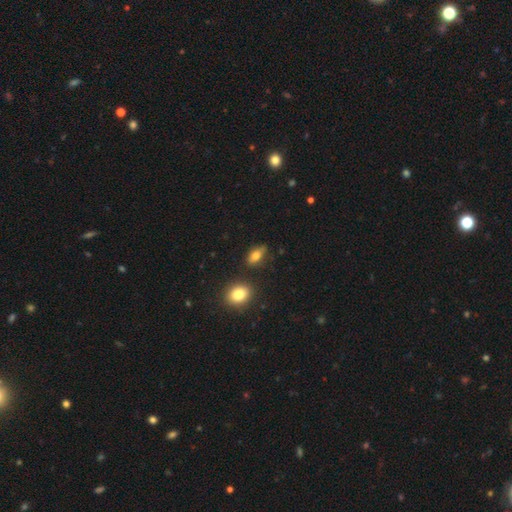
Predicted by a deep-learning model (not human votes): Smooth or featured: smooth — 79% (featured or disk — 12%)
How rounded: in between — 83% (cigar-shaped — 9%)
Merging: none — 73% (minor disturbance — 17%)